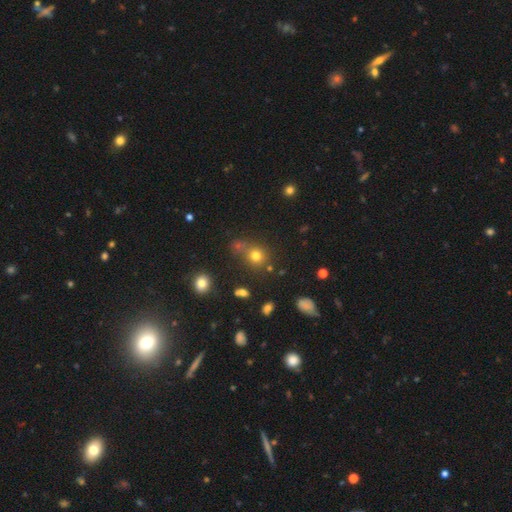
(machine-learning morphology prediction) smooth 73%, star or artifact 19%, featured or disk 8%. Down the decision tree: how rounded — round (83%); merging — none (65%).